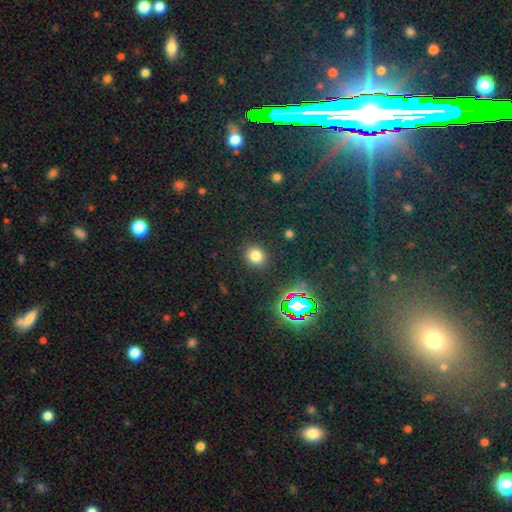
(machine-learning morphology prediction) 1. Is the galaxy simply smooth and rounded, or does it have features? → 76% smooth, 18% star or artifact, 6% featured or disk.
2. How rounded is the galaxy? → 77% round, 22% in between, 1% cigar-shaped.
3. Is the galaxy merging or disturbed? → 89% none, 6% minor disturbance, 3% major disturbance, 1% merger.